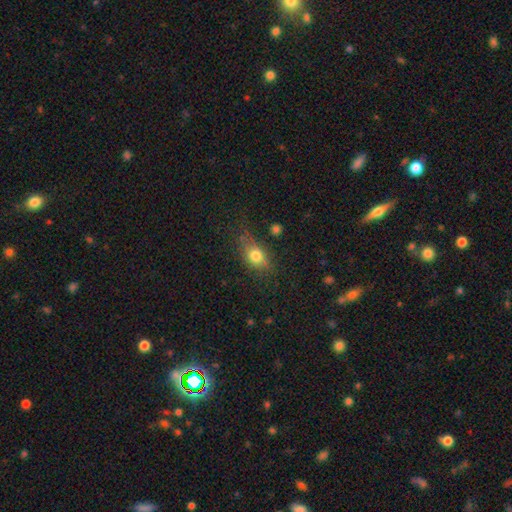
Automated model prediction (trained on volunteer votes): Morphology: type=smooth (74%); roundness=in between (65%); merging=none (65%).